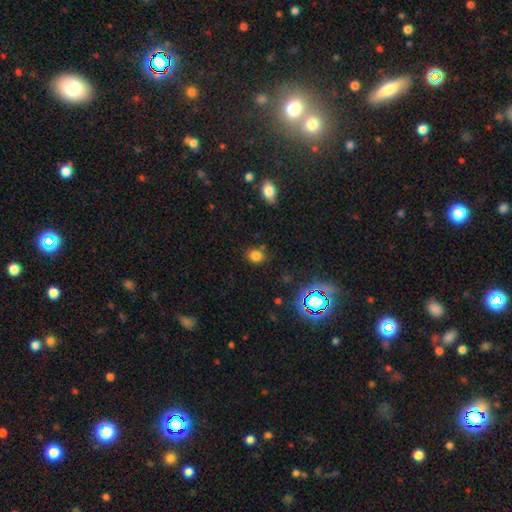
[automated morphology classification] Smooth or featured: smooth — 76% (star or artifact — 18%)
How rounded: round — 60% (in between — 38%)
Merging: none — 75% (minor disturbance — 16%)